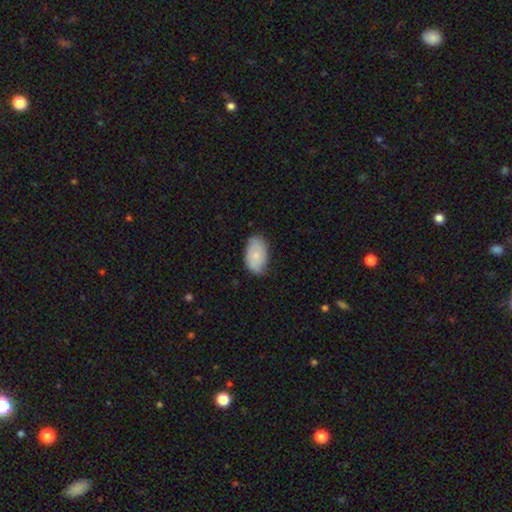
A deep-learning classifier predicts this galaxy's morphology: This appears to be a smooth galaxy with no disk features (78%) that is in between round and cigar-shaped (93%). Merging: none (69%).